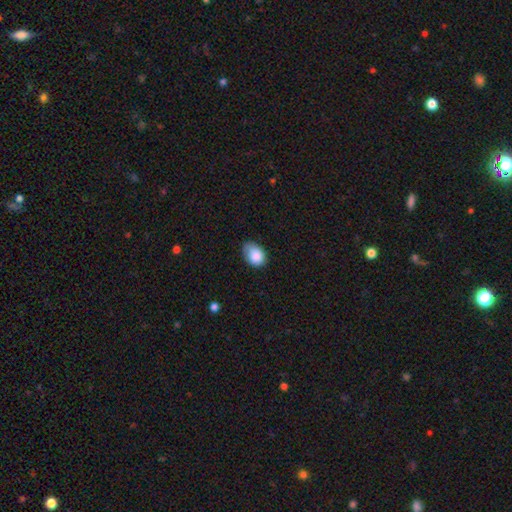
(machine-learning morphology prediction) smooth_or_featured: smooth (p=0.86) [alt: featured or disk p=0.07]
how_rounded: in between (p=0.74) [alt: round p=0.25]
merging: none (p=0.51) [alt: minor disturbance p=0.39]